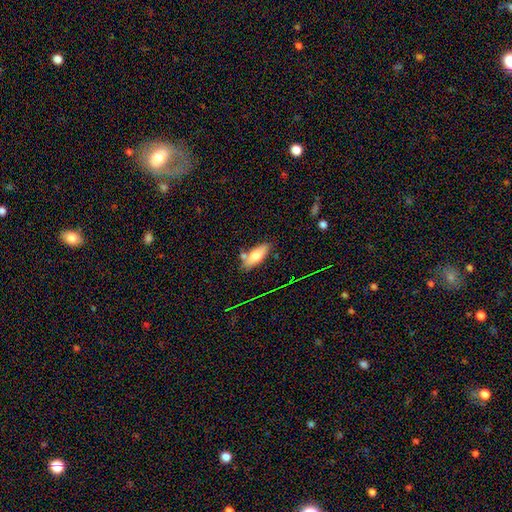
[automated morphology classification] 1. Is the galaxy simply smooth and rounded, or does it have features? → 69% smooth, 23% featured or disk, 8% star or artifact.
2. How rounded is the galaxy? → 72% in between, 25% cigar-shaped, 3% round.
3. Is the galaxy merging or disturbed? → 68% none, 16% minor disturbance, 12% merger, 4% major disturbance.